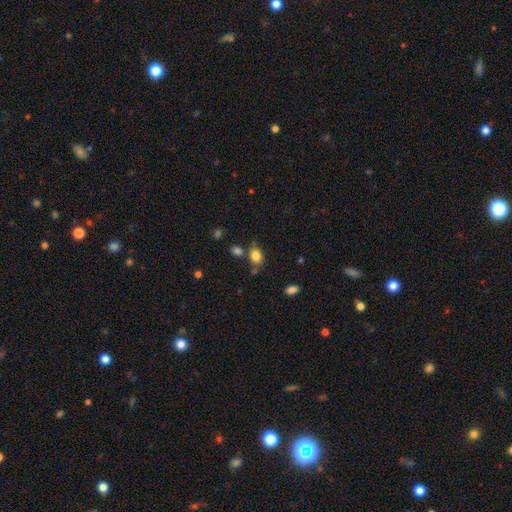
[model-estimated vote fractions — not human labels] Q: Smooth or featured?
A: smooth (82%); runner-up: star or artifact (11%)
Q: How rounded?
A: in between (66%); runner-up: round (32%)
Q: Merging?
A: none (64%); runner-up: minor disturbance (17%)